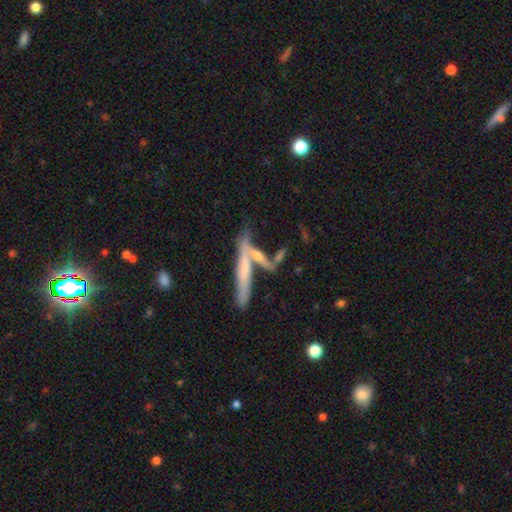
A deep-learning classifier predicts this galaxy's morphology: This is possibly a featured or disk galaxy (48%). Merging: possibly none (46%).